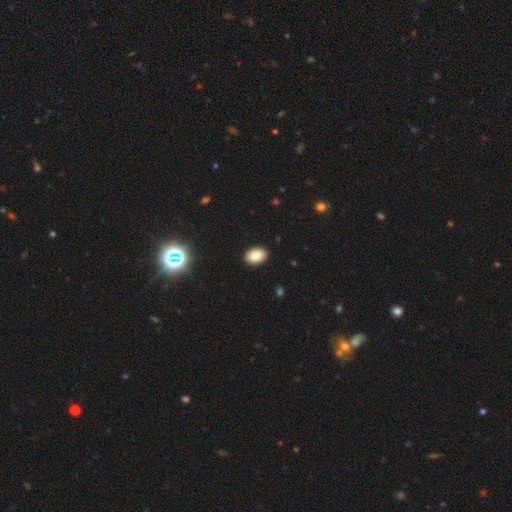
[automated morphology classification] Smooth or featured? Predicted: smooth (p=0.84). How rounded? Predicted: in between (p=0.83). Merging? Predicted: none (p=0.91).